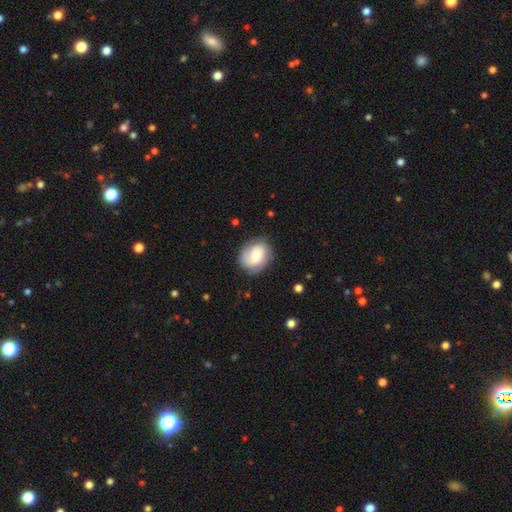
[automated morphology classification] smooth-or-featured: smooth: 54% | featured or disk: 39% | star or artifact: 8%
  how-rounded: round: 60% | in between: 39% | cigar-shaped: 1%
  merging: none: 75% | minor disturbance: 18% | major disturbance: 6% | merger: 1%